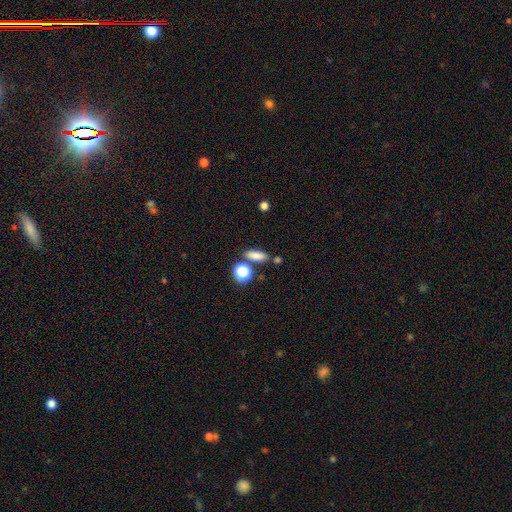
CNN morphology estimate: Smooth or featured?
  - smooth: 80% *
  - star or artifact: 12%
  - featured or disk: 8%
How rounded?
  - in between: 58% *
  - cigar-shaped: 29%
  - round: 13%
Merging?
  - none: 75% *
  - minor disturbance: 11%
  - merger: 10%
  - major disturbance: 4%